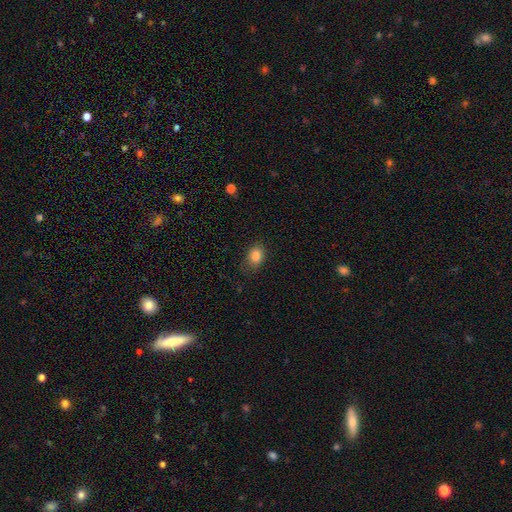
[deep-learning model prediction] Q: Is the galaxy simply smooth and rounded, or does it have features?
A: smooth — 84%.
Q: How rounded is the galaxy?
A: in between — 73%.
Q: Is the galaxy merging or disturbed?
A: none — 80%.